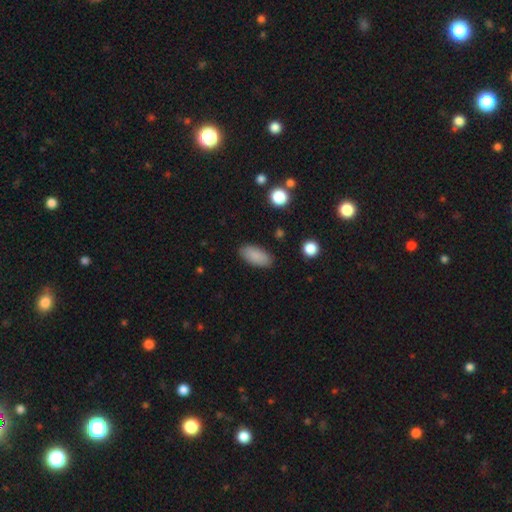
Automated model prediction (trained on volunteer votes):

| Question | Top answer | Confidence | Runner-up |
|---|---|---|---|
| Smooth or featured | smooth | 87% | star or artifact (7%) |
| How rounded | in between | 91% | cigar-shaped (6%) |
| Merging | none | 86% | minor disturbance (10%) |